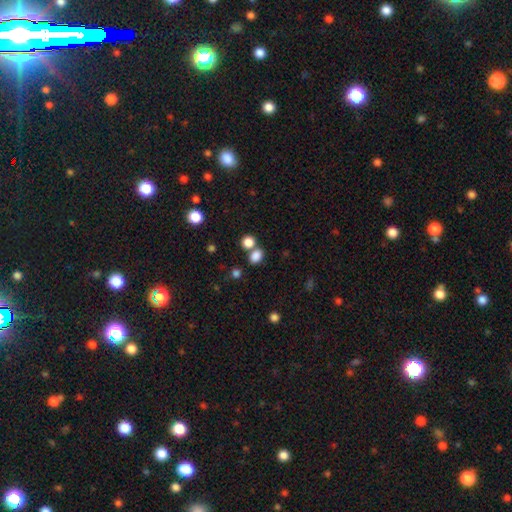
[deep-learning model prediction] This is clearly a smooth galaxy (83%). How rounded: likely in between (62%). Merging: possibly none (58%).